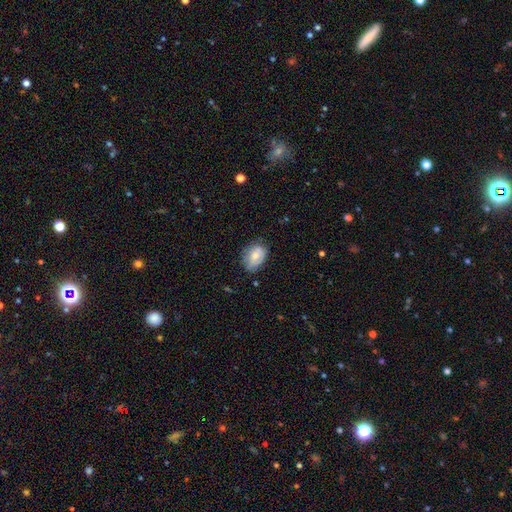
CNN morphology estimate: Smooth or featured: smooth — 67% (featured or disk — 25%)
How rounded: in between — 78% (round — 21%)
Merging: none — 61% (minor disturbance — 30%)